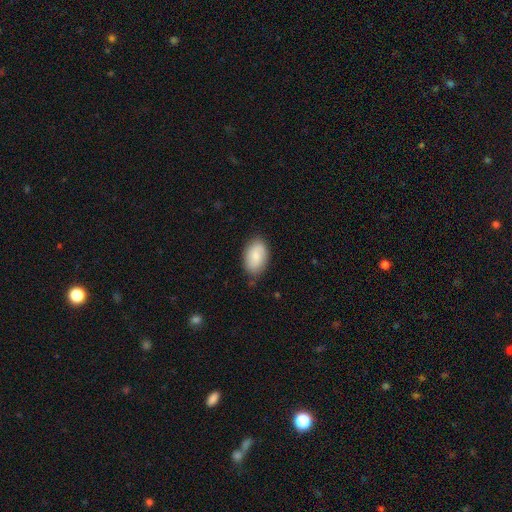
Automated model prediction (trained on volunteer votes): A smooth galaxy with no disk features (76%) that is in between round and cigar-shaped (91%). Merging: none (81%).